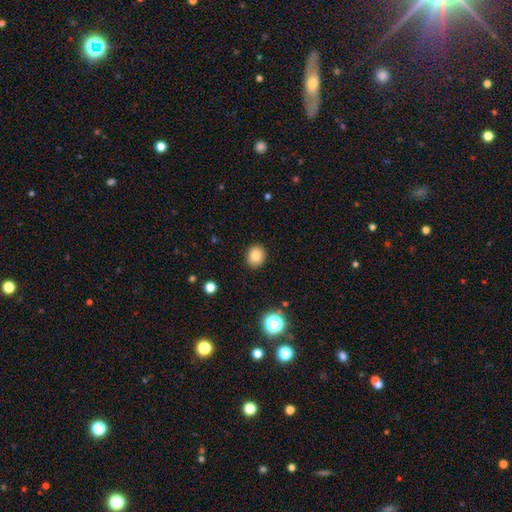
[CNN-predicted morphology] This is clearly a smooth galaxy (84%). How rounded: likely round (61%). Merging: clearly none (90%).